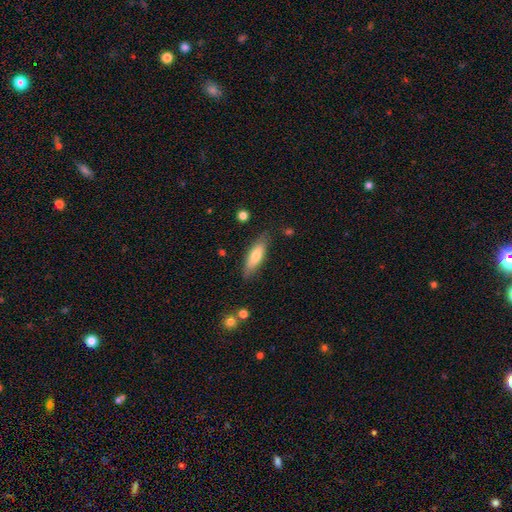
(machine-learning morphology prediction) type=smooth (68%); roundness=cigar-shaped (49%, tied with in between); merging=none (79%).